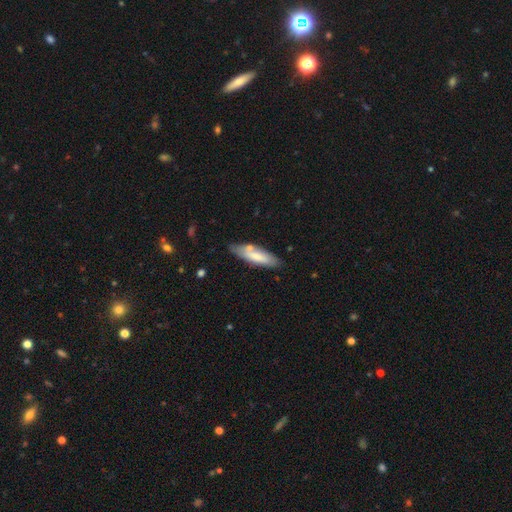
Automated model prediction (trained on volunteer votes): smooth 67%, featured or disk 27%, star or artifact 6%. Down the decision tree: how rounded — cigar-shaped (56%); merging — none (70%).